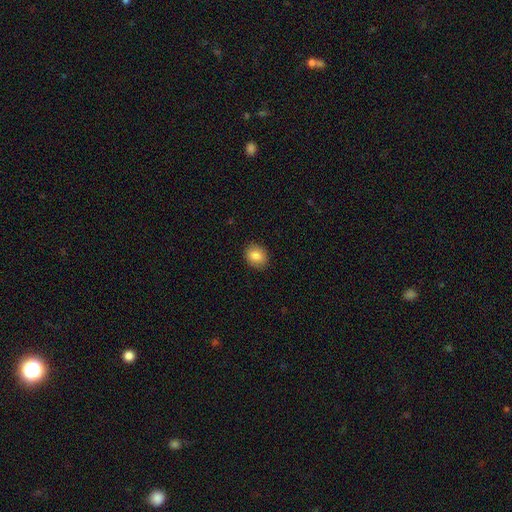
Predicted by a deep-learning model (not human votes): The model was most divided on "how rounded": round: 52%, in between: 47%, cigar-shaped: 1%. More confident: merging — none (89%); smooth or featured — smooth (85%).